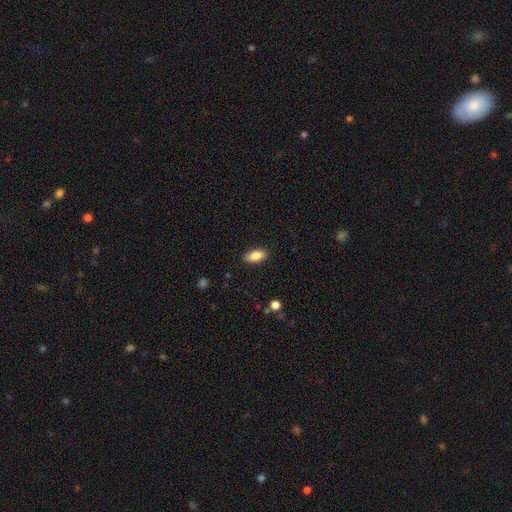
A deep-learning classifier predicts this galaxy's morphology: Smooth or featured?
  - smooth: 86% *
  - star or artifact: 7%
  - featured or disk: 7%
How rounded?
  - in between: 87% *
  - cigar-shaped: 10%
  - round: 3%
Merging?
  - none: 88% *
  - minor disturbance: 9%
  - major disturbance: 2%
  - merger: 1%